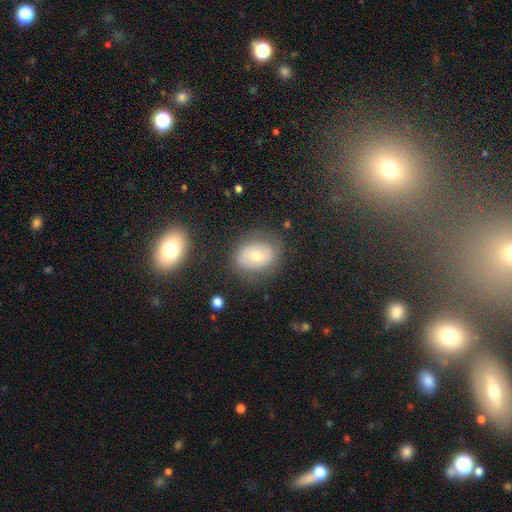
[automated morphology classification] A smooth galaxy with no disk features (53%) that is in between round and cigar-shaped (57%).

Vote fractions:
- Smooth or featured? smooth: 53% / featured or disk: 38% / star or artifact: 9%
- How rounded? in between: 57% / round: 42% / cigar-shaped: 1%
- Merging? none: 72% / minor disturbance: 18% / major disturbance: 9% / merger: 2%